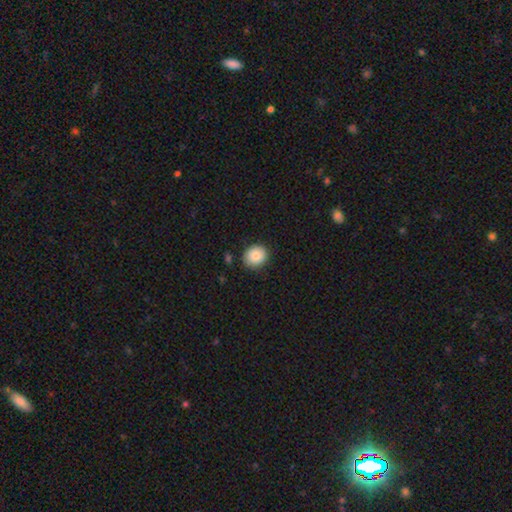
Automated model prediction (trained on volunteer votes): A smooth galaxy with no disk features (85%) that is round (78%). Merging: none (86%).